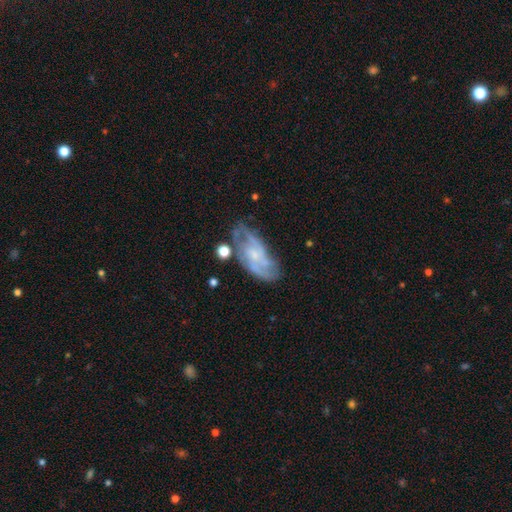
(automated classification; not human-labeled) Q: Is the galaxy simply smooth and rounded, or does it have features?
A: featured or disk — 77%.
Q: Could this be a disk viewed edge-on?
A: no — 94%.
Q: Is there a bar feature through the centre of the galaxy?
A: no — 64%.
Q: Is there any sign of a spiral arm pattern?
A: yes — 90%.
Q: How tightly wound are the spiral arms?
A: medium — 45%.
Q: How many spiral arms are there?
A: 2 — 33%.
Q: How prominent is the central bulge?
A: small — 64%.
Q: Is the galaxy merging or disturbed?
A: none — 59%.